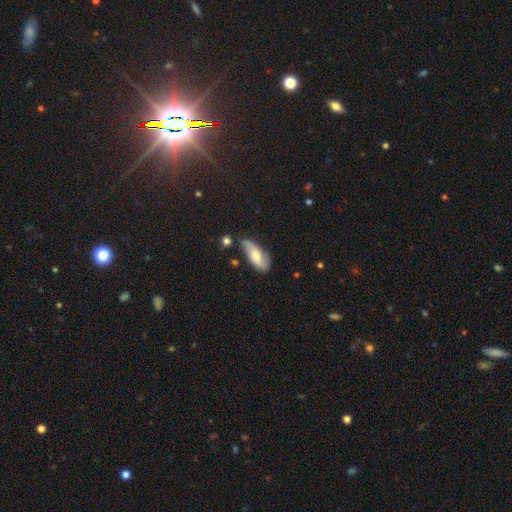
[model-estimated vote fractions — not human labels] Overall: smooth (50%; featured or disk 43%). Merging: none (63%; minor disturbance 25%).